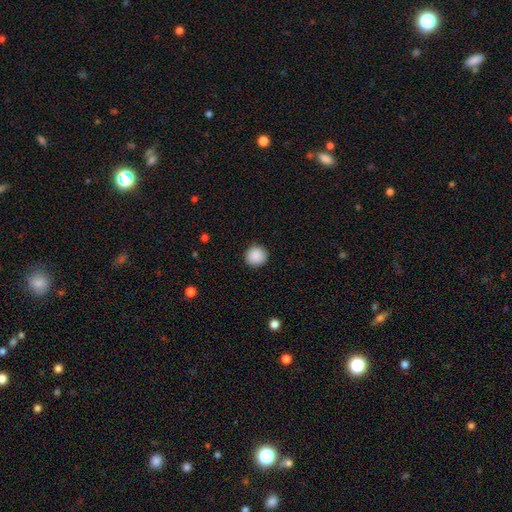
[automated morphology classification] This is clearly a smooth galaxy (90%). How rounded: clearly round (93%). Merging: clearly none (91%).